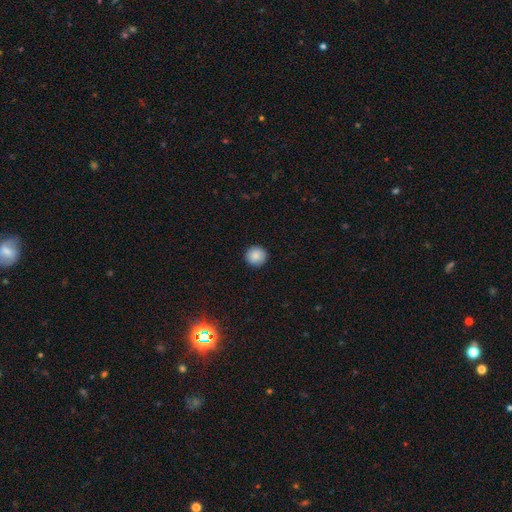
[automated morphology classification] This appears to be a smooth galaxy with no disk features (87%) that is round (96%). Merging: none (92%).